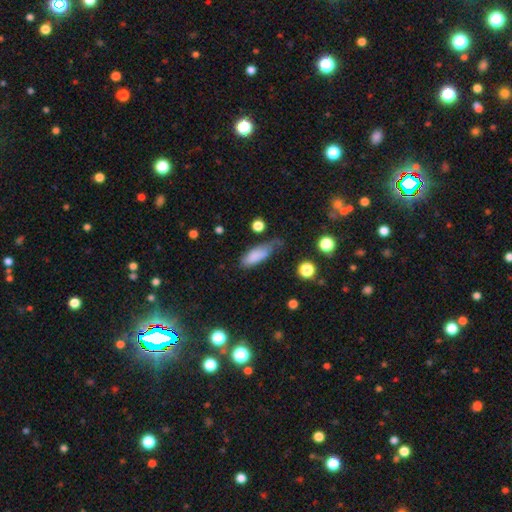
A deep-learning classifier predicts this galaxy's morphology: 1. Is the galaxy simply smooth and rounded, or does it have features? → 81% smooth, 12% featured or disk, 7% star or artifact.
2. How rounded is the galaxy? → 70% in between, 27% cigar-shaped, 3% round.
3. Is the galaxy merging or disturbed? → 42% none, 39% minor disturbance, 15% major disturbance, 4% merger.